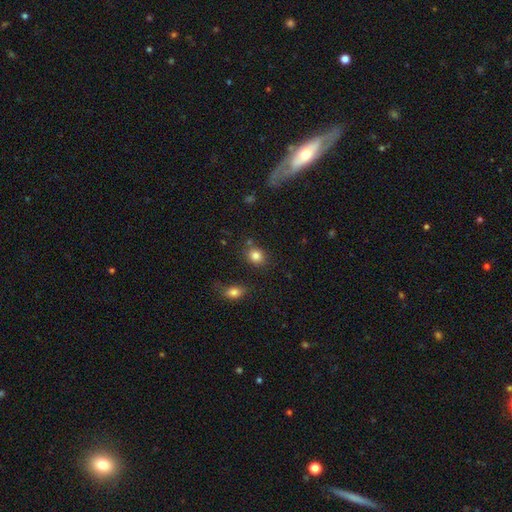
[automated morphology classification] This appears to be a smooth galaxy with no disk features (83%) that is round (60%). Merging: none (76%).